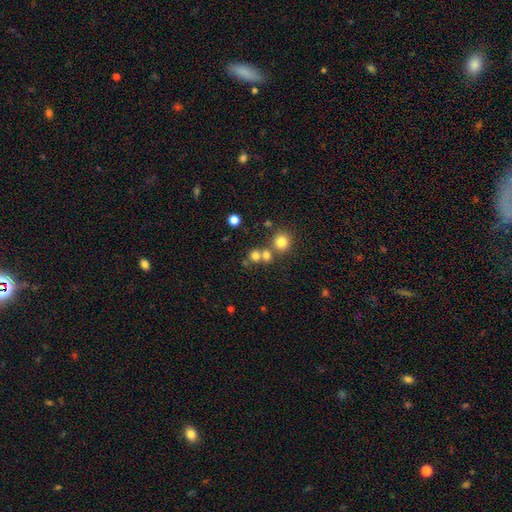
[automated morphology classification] Smooth or featured?
  - smooth: 72% *
  - star or artifact: 18%
  - featured or disk: 10%
How rounded?
  - round: 85% *
  - in between: 14%
  - cigar-shaped: 1%
Merging?
  - none: 54% *
  - merger: 36%
  - minor disturbance: 7%
  - major disturbance: 4%